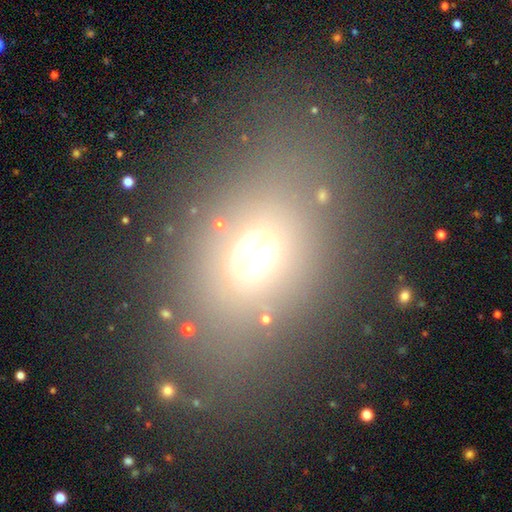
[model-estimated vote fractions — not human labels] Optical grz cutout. It shows a smooth galaxy with no disk features (62%) that is in between round and cigar-shaped (60%). Merging: none (79%).